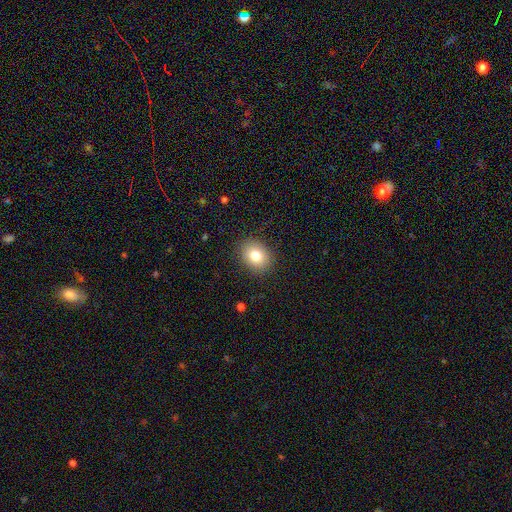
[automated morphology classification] Q: Smooth or featured?
A: smooth (80%); runner-up: featured or disk (10%)
Q: How rounded?
A: in between (52%); runner-up: round (47%)
Q: Merging?
A: none (88%); runner-up: minor disturbance (9%)